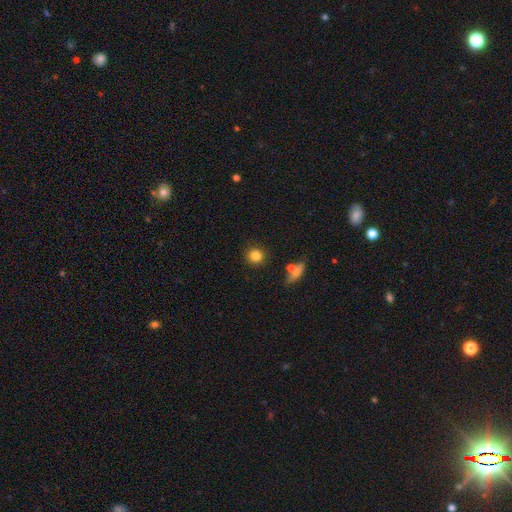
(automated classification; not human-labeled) Smooth or featured: smooth — 83% (star or artifact — 11%)
How rounded: round — 88% (in between — 11%)
Merging: none — 85% (minor disturbance — 8%)